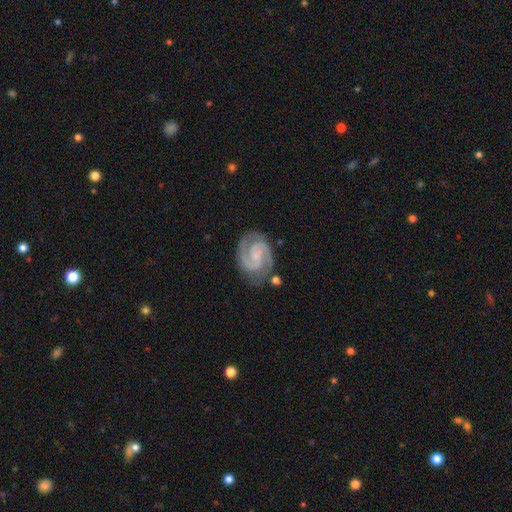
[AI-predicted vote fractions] Smooth or featured? featured or disk (92%)
Edge-on disk? no (98%)
Bar? no (47%)
Spiral arms? yes (99%)
Spiral winding? medium (47%, tied with tight)
Spiral arm count? 2 (93%)
Bulge size? small (44%)
Merging? none (79%)